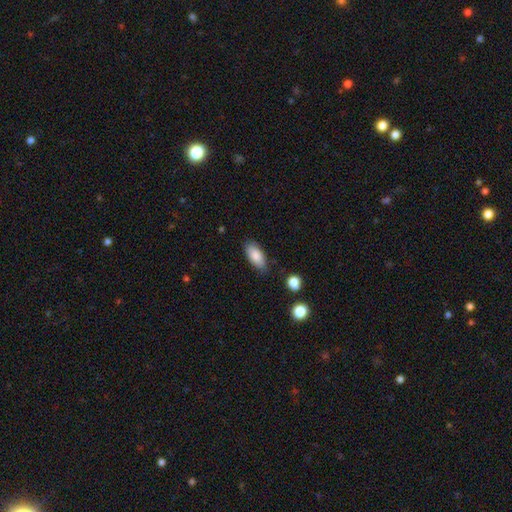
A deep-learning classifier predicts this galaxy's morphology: type=smooth (86%); roundness=in between (89%); merging=none (81%).